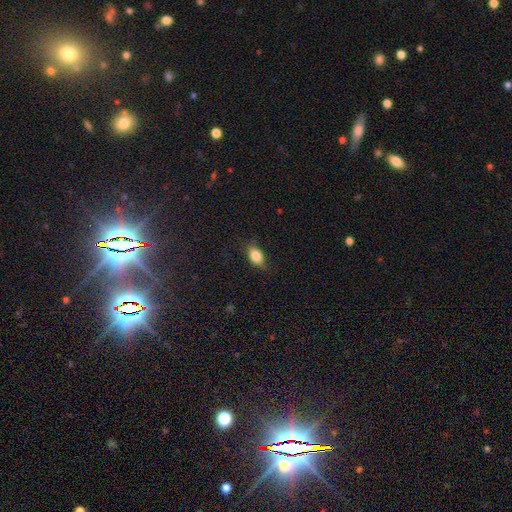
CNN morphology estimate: Smooth or featured? Predicted: smooth (p=0.82). How rounded? Predicted: in between (p=0.83). Merging? Predicted: none (p=0.76).